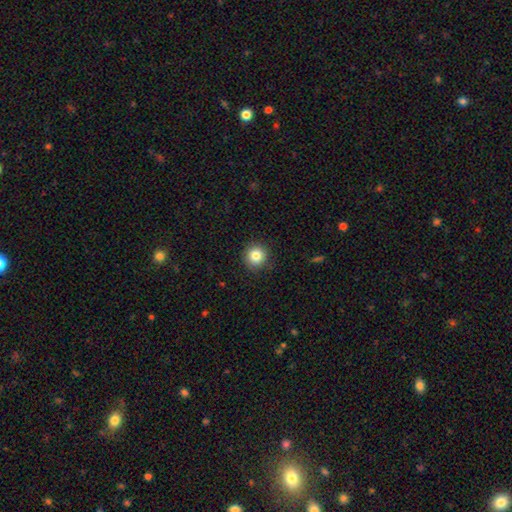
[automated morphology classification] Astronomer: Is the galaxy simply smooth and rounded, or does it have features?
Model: smooth — 83%.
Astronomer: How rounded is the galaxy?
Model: round — 94%.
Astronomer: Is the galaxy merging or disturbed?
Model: none — 90%.